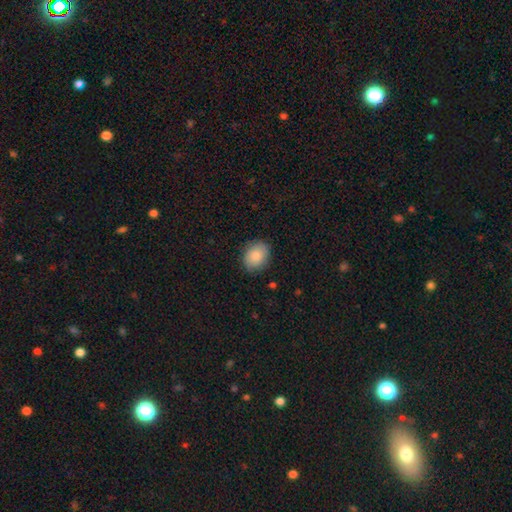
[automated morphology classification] This is clearly a smooth galaxy (85%). How rounded: possibly in between (53%). Merging: clearly none (84%).